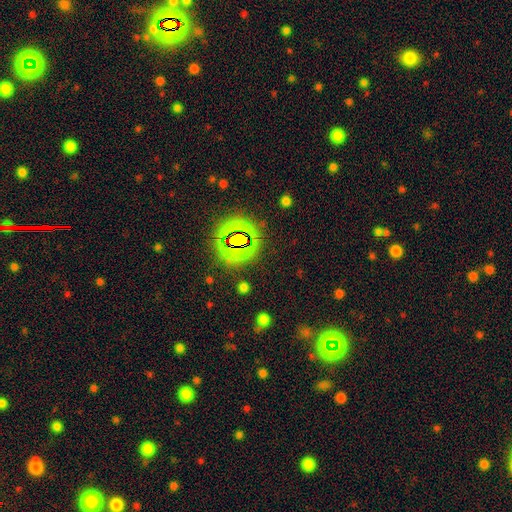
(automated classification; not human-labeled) A star or artifact, not a galaxy (76%).